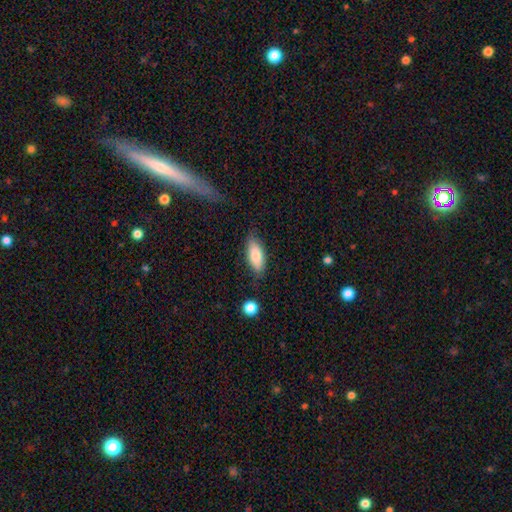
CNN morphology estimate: smooth 81%, featured or disk 12%, star or artifact 6%. Down the decision tree: how rounded — in between (77%); merging — none (77%).